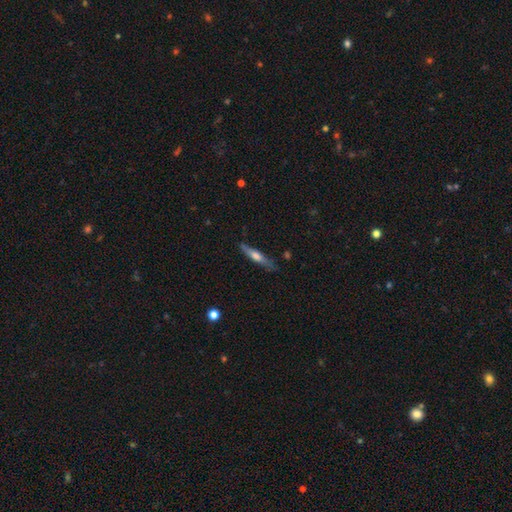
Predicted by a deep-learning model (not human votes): featured or disk 56%, smooth 38%, star or artifact 6%. Down the decision tree: edge-on disk — yes (94%); edge-on bulge — rounded (78%); merging — none (80%).